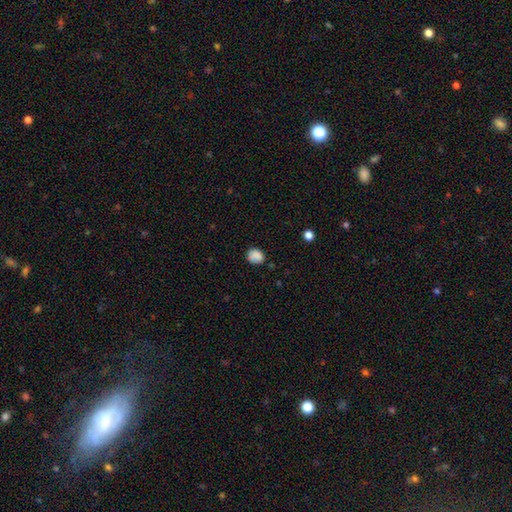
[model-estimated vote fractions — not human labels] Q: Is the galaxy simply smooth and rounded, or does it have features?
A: smooth — 85%.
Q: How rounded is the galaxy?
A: round — 61%.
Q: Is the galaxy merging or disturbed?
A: none — 73%.